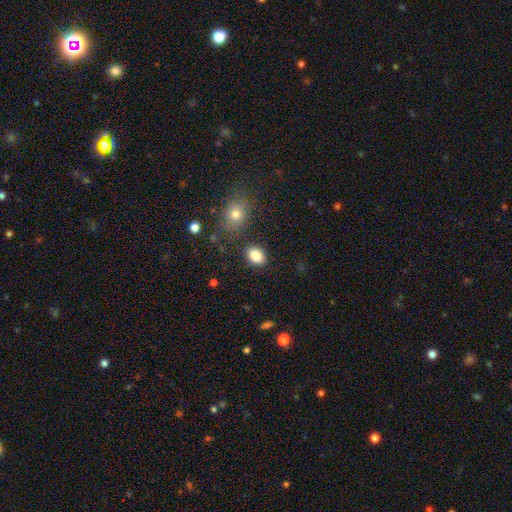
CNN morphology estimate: This appears to be a smooth galaxy with no disk features (85%) that is in between round and cigar-shaped (71%). Merging: none (85%).